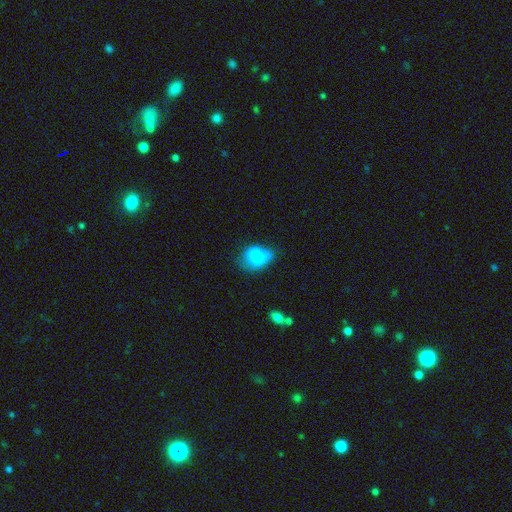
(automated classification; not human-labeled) Smooth or featured: smooth — 79% (featured or disk — 12%)
How rounded: in between — 63% (round — 36%)
Merging: minor disturbance — 40% (none — 36%)